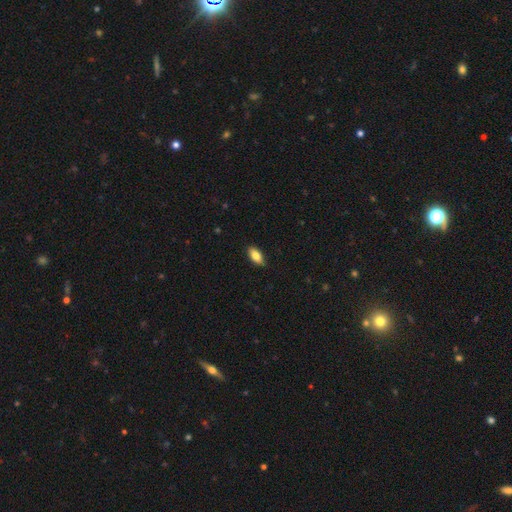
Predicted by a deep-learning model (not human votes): Overall: smooth (81%). How rounded: in between (89%). Merging: none (88%).